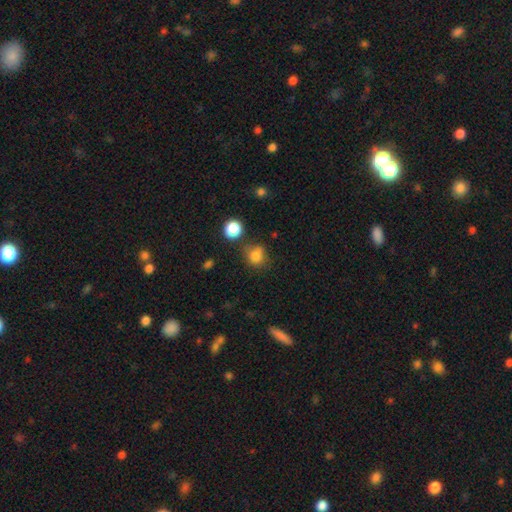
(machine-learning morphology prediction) smooth-or-featured: smooth: 80% | star or artifact: 14% | featured or disk: 6%
  how-rounded: round: 81% | in between: 18% | cigar-shaped: 1%
  merging: none: 67% | minor disturbance: 19% | merger: 8% | major disturbance: 6%